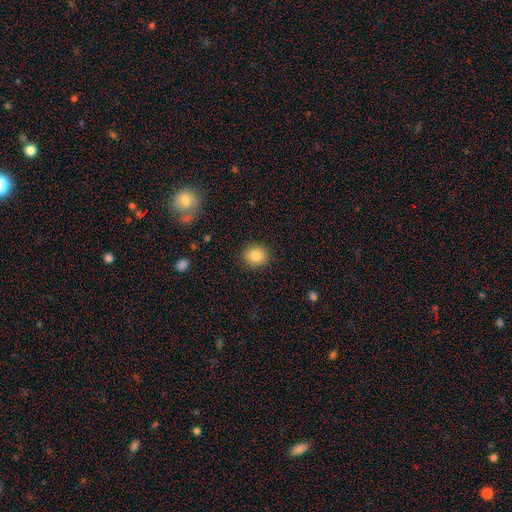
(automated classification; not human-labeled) smooth_or_featured: smooth (p=0.83) [alt: star or artifact p=0.10]
how_rounded: round (p=0.84) [alt: in between p=0.15]
merging: none (p=0.91) [alt: minor disturbance p=0.06]